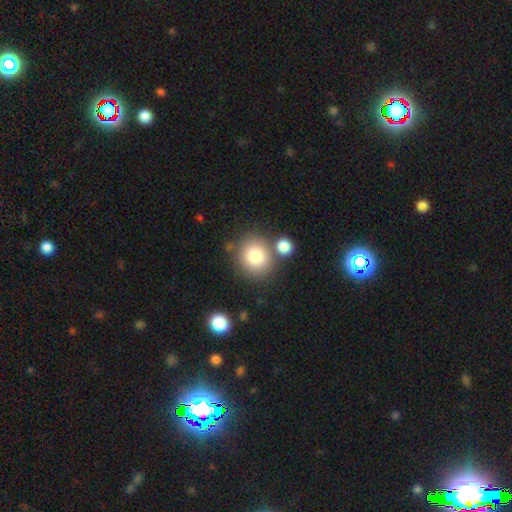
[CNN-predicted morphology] This is likely a smooth galaxy (78%). How rounded: clearly round (87%). Merging: likely none (77%).